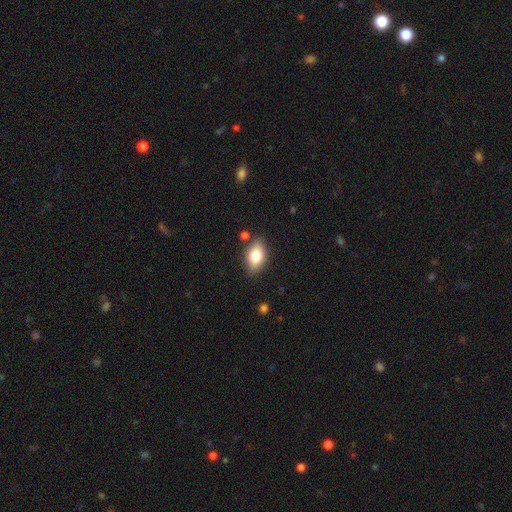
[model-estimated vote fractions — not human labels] smooth_or_featured: smooth (p=0.74) [alt: featured or disk p=0.18]
how_rounded: in between (p=0.87) [alt: round p=0.09]
merging: none (p=0.82) [alt: minor disturbance p=0.12]